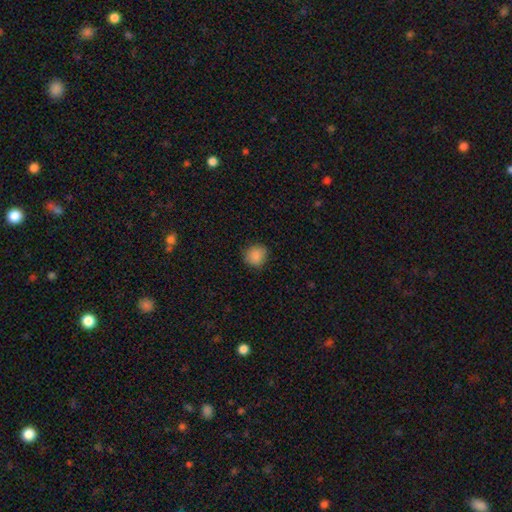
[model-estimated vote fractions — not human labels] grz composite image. It shows a smooth galaxy with no disk features (87%) that is round (85%). Merging: none (86%).